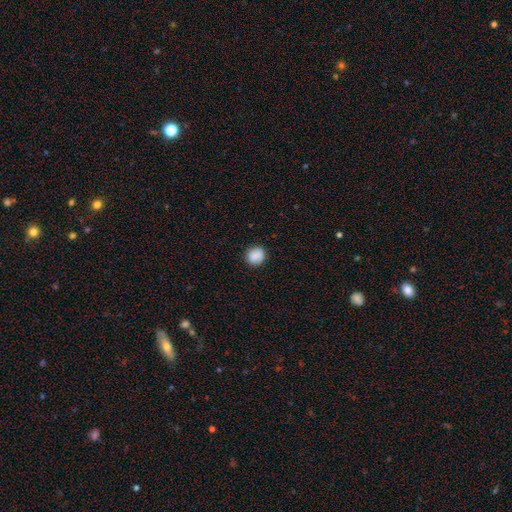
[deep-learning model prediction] Morphology: type=smooth (88%); roundness=round (83%); merging=none (86%).